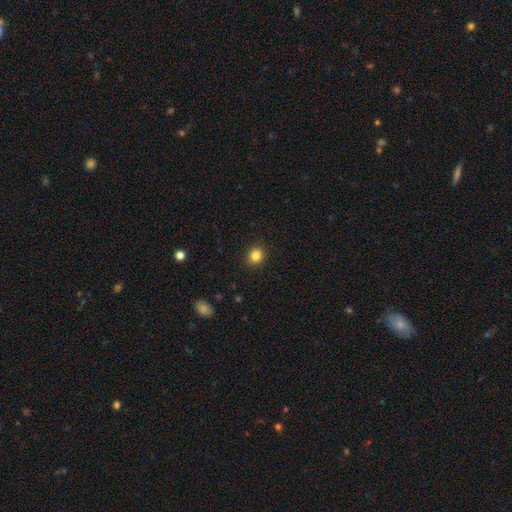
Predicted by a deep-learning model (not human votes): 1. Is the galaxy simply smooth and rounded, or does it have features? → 83% smooth, 11% star or artifact, 5% featured or disk.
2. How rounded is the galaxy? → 82% round, 17% in between, 1% cigar-shaped.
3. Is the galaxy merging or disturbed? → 91% none, 6% minor disturbance, 2% major disturbance, 1% merger.